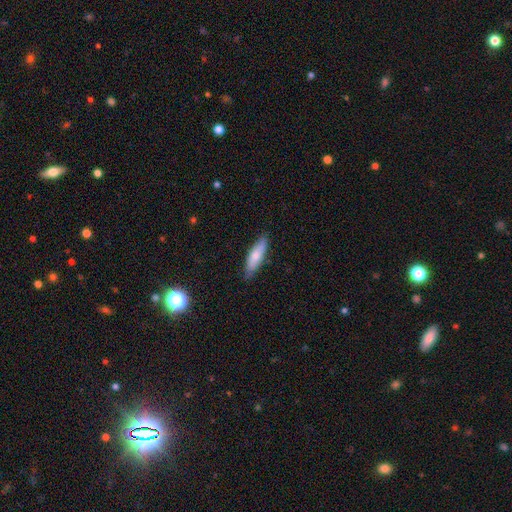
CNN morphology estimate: Smooth or featured: smooth — 70% (featured or disk — 24%)
How rounded: cigar-shaped — 52% (in between — 46%)
Merging: none — 81% (minor disturbance — 16%)